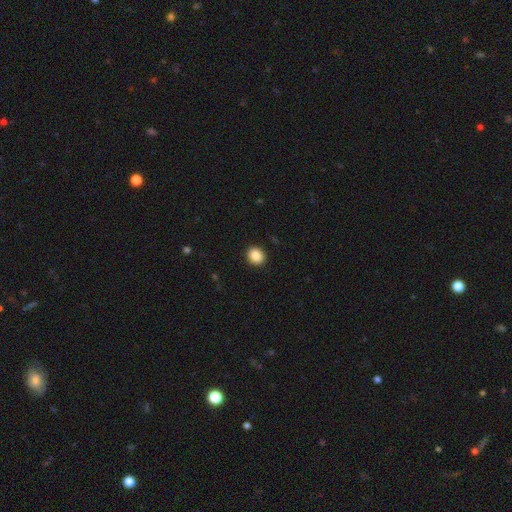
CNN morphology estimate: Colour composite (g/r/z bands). It shows a smooth galaxy with no disk features (89%) that is round (68%). Merging: none (92%).